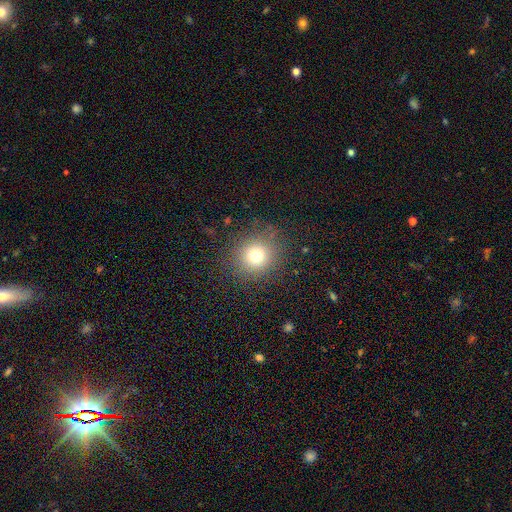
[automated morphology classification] This appears to be a smooth galaxy with no disk features (74%) that is round (90%). Merging: none (86%).